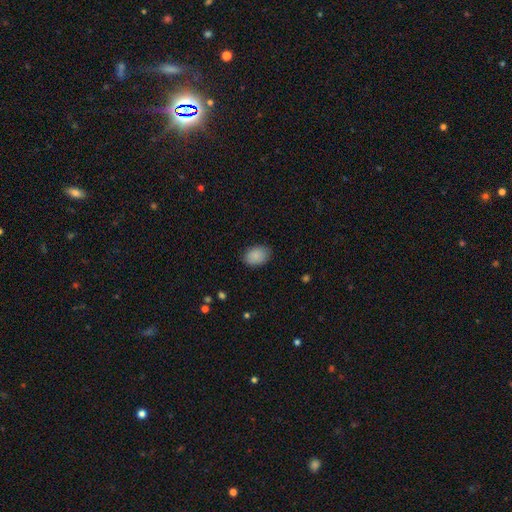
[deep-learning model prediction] Smooth or featured?
  - smooth: 89% *
  - star or artifact: 7%
  - featured or disk: 4%
How rounded?
  - in between: 81% *
  - round: 18%
  - cigar-shaped: 1%
Merging?
  - none: 83% *
  - minor disturbance: 13%
  - major disturbance: 3%
  - merger: 1%